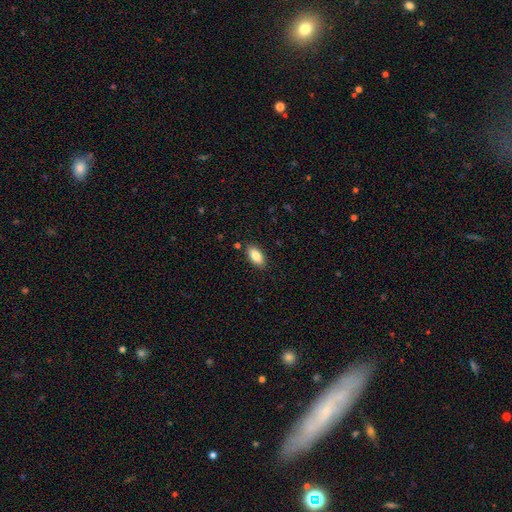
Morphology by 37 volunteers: Smooth or featured? 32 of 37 (86%) said smooth. How rounded? 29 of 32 (91%) said in between. Merging? 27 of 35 (77%) said none.